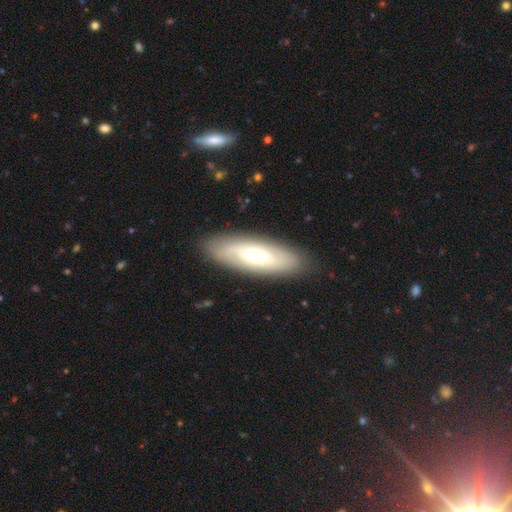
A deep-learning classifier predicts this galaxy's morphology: smooth-or-featured: featured or disk: 53% | smooth: 40% | star or artifact: 6%
  disk-edge-on: no: 77% | yes: 23%
  merging: none: 85% | minor disturbance: 10% | major disturbance: 3% | merger: 1%